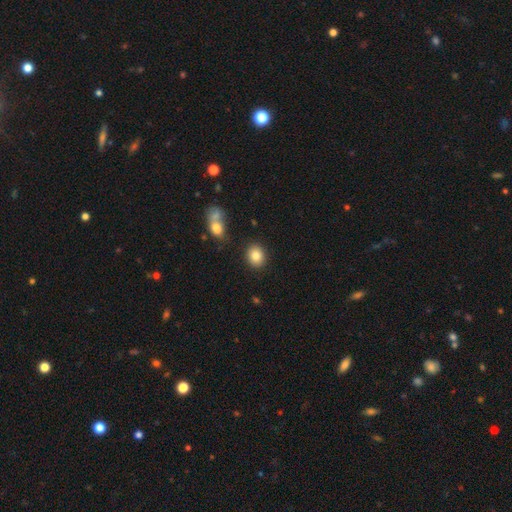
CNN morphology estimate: Overall: smooth (84%). How rounded: round (64%; in between 35%). Merging: none (86%).